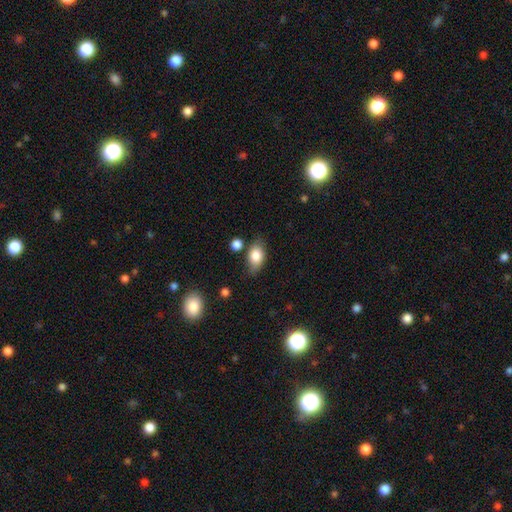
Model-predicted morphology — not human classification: smooth_or_featured: smooth (p=0.80) [alt: featured or disk p=0.12]
how_rounded: in between (p=0.84) [alt: round p=0.13]
merging: none (p=0.68) [alt: minor disturbance p=0.22]